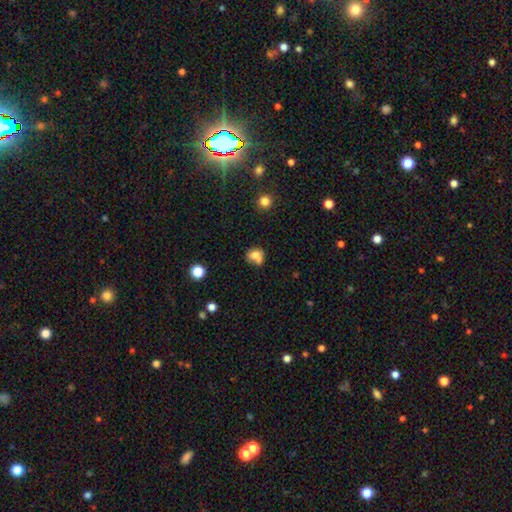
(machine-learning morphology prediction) Smooth or featured: smooth — 73% (featured or disk — 15%)
How rounded: round — 59% (in between — 40%)
Merging: merger — 38% (none — 34%)